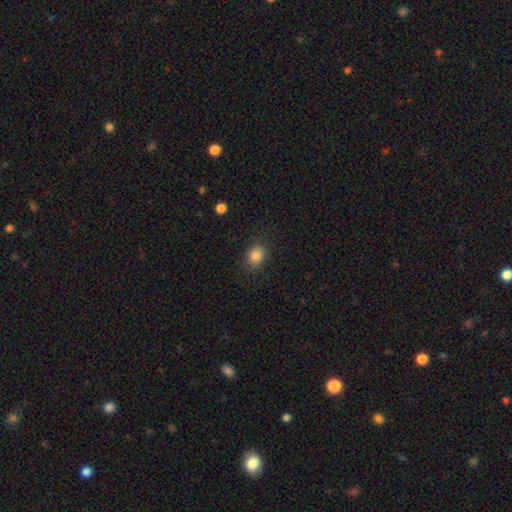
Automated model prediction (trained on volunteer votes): Smooth or featured? Predicted: smooth (p=0.85). How rounded? Predicted: in between (p=0.60). Merging? Predicted: none (p=0.84).